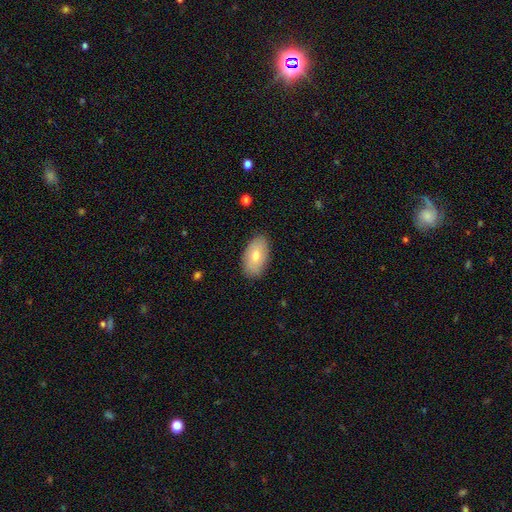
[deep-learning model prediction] This appears to be a smooth galaxy with no disk features (71%) that is in between round and cigar-shaped (94%). Merging: none (86%).